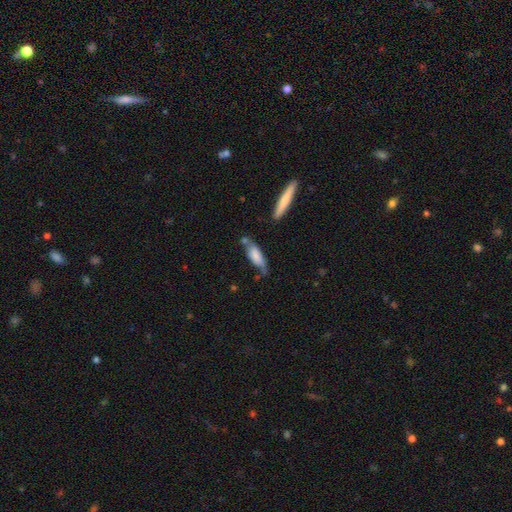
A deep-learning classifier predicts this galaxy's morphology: A smooth galaxy with no disk features (68%) that is in between round and cigar-shaped (57%).

Vote fractions:
- Smooth or featured? smooth: 68% / featured or disk: 26% / star or artifact: 6%
- How rounded? in between: 57% / cigar-shaped: 41% / round: 2%
- Merging? none: 46% / minor disturbance: 31% / merger: 12% / major disturbance: 11%